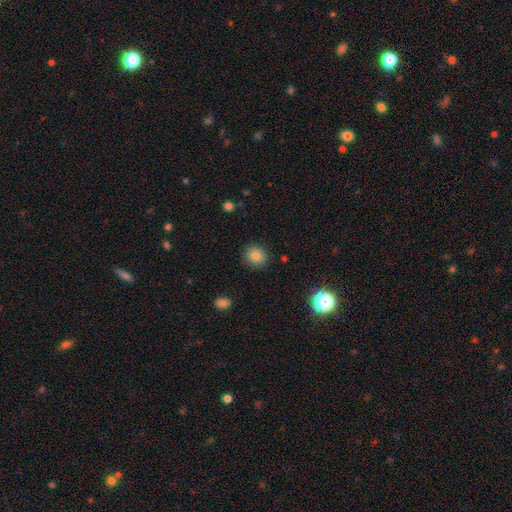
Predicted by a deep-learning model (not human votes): Morphology: type=smooth (82%); roundness=round (86%); merging=none (89%).